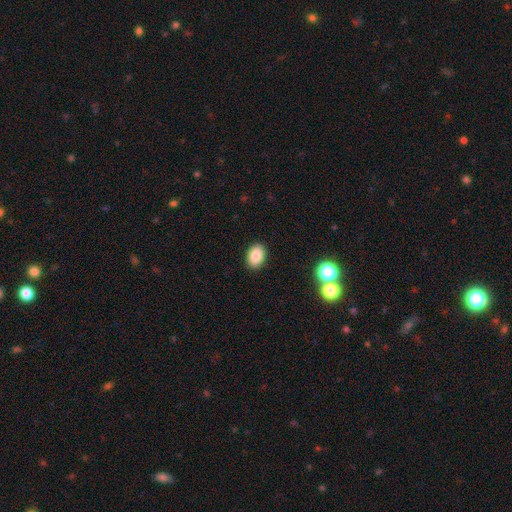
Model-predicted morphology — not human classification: Smooth or featured: smooth — 86% (star or artifact — 9%)
How rounded: in between — 80% (round — 19%)
Merging: none — 90% (minor disturbance — 7%)